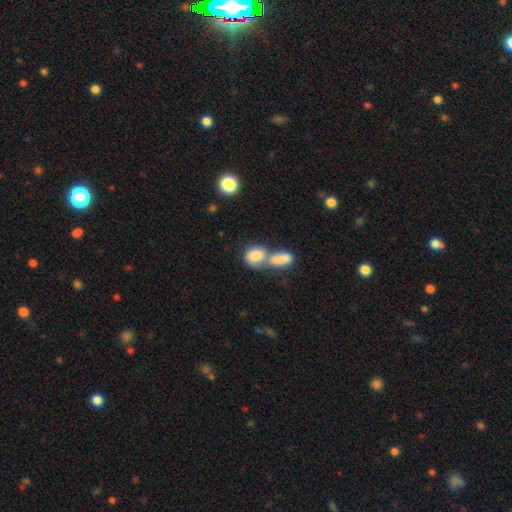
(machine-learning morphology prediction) A smooth galaxy with no disk features (82%) that is in between round and cigar-shaped (57%).

Vote fractions:
- Smooth or featured? smooth: 82% / featured or disk: 11% / star or artifact: 7%
- How rounded? in between: 57% / round: 39% / cigar-shaped: 3%
- Merging? merger: 67% / none: 21% / minor disturbance: 7% / major disturbance: 5%